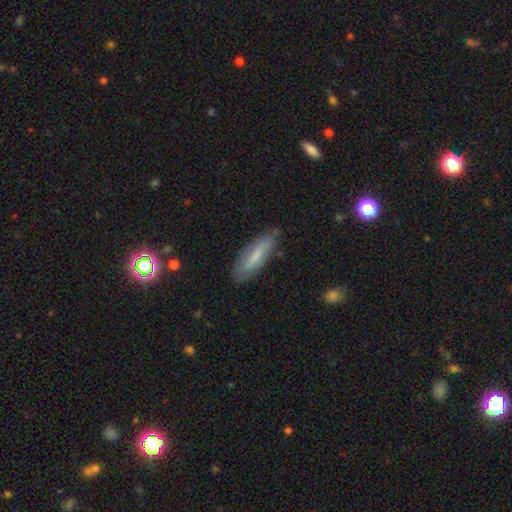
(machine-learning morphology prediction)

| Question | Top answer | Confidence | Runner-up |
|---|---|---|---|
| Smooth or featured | smooth | 61% | featured or disk (31%) |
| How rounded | cigar-shaped | 53% | in between (46%) |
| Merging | none | 76% | minor disturbance (18%) |